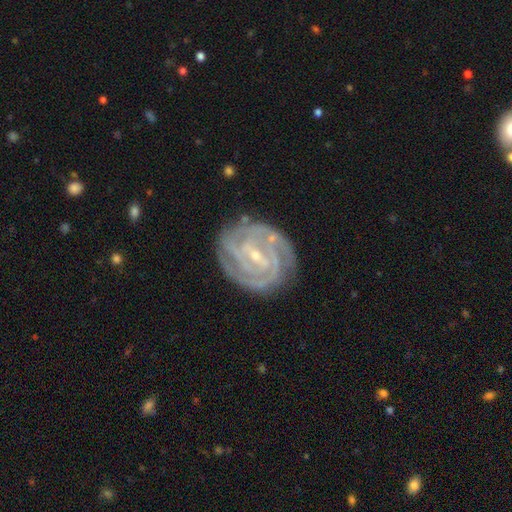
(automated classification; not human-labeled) featured or disk 90%, star or artifact 5%, smooth 5%. Down the decision tree: edge-on disk — no (97%); bar — weak (44%); spiral arms — yes (98%); spiral arm count — 3 (27%); spiral winding — tight (77%); bulge size — small (76%); merging — none (80%).